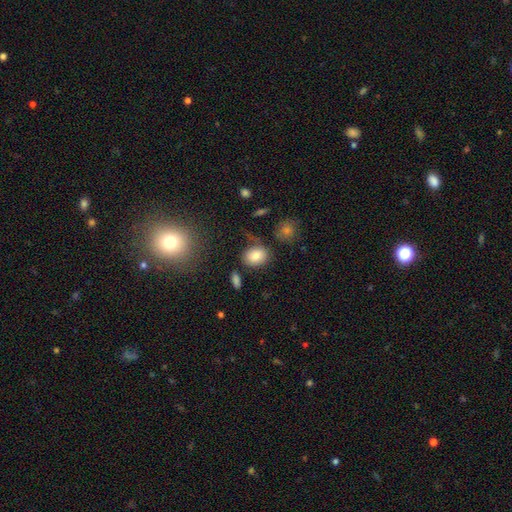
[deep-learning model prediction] smooth 83%, star or artifact 9%, featured or disk 8%. Down the decision tree: how rounded — in between (64%); merging — none (66%).